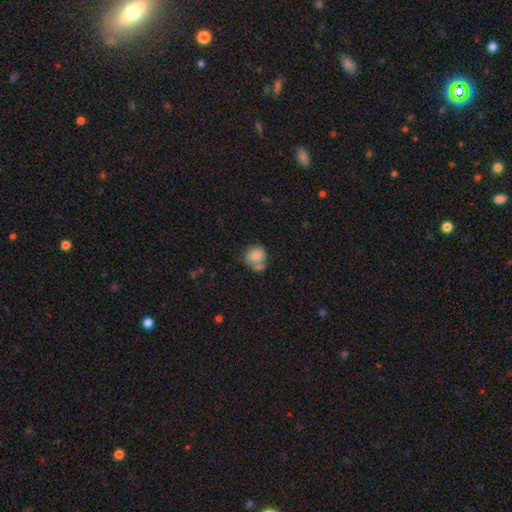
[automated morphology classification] Q: Smooth or featured?
A: smooth (80%); runner-up: featured or disk (12%)
Q: How rounded?
A: round (70%); runner-up: in between (29%)
Q: Merging?
A: none (39%); runner-up: merger (32%)